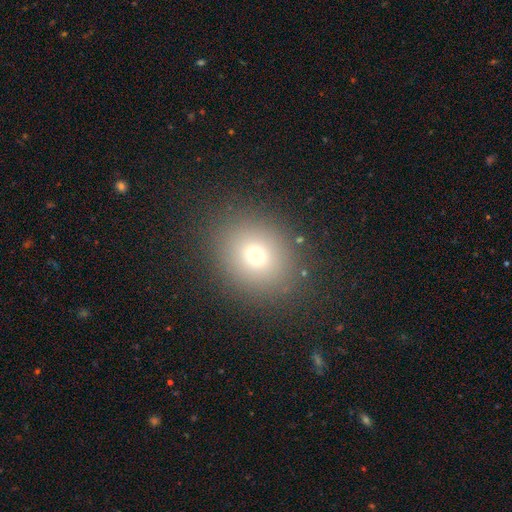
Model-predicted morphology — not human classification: smooth_or_featured: smooth (p=0.70) [alt: star or artifact p=0.18]
how_rounded: round (p=0.67) [alt: in between p=0.32]
merging: none (p=0.86) [alt: minor disturbance p=0.08]